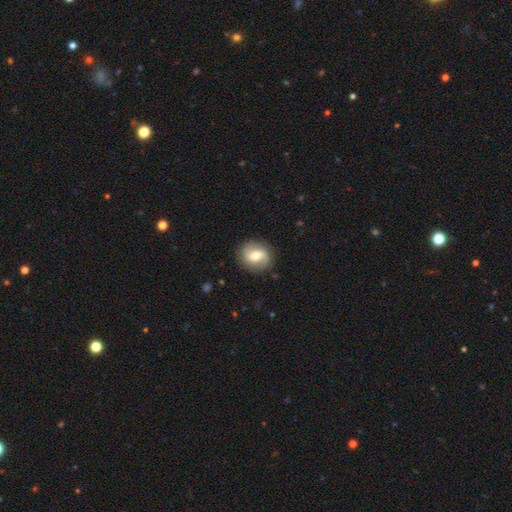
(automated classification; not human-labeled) smooth_or_featured: featured or disk (p=0.50) [alt: smooth p=0.43]
merging: none (p=0.87) [alt: minor disturbance p=0.09]